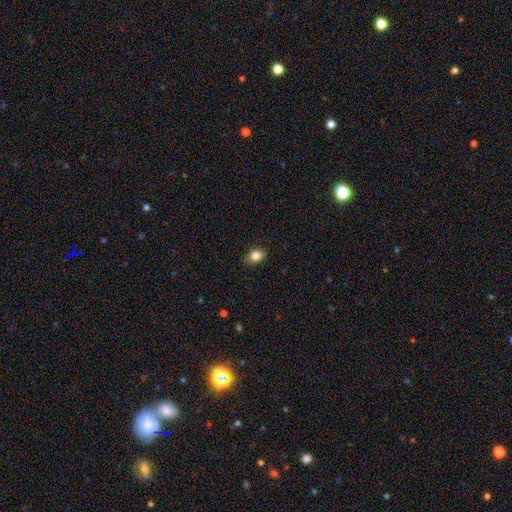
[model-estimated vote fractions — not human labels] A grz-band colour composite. It shows a smooth galaxy with no disk features (85%) that is in between round and cigar-shaped (50%). Merging: none (84%).